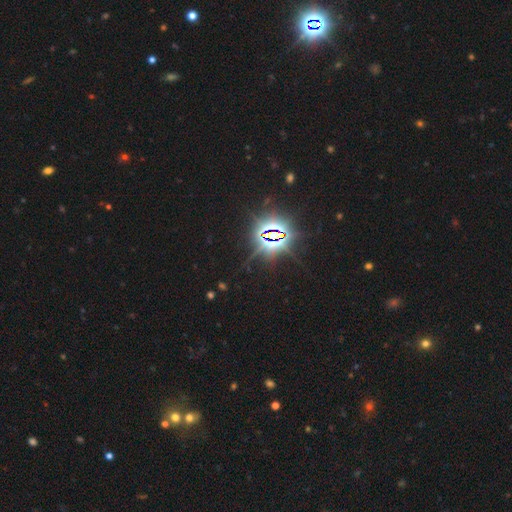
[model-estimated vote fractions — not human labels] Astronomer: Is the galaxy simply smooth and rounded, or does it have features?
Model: star or artifact — 83%.